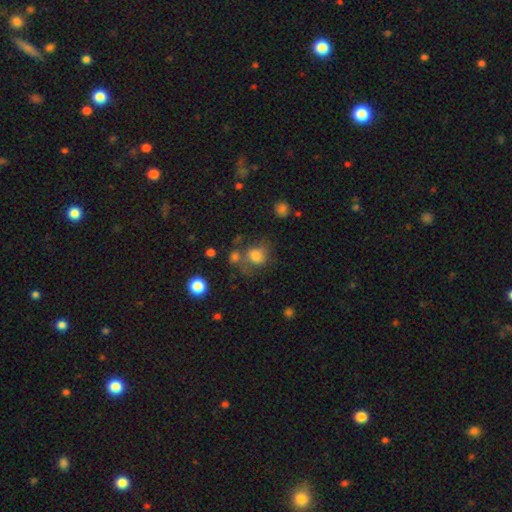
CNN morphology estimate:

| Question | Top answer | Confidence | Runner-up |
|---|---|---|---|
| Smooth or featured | smooth | 75% | featured or disk (12%) |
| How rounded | round | 72% | in between (27%) |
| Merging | none | 51% | minor disturbance (19%) |